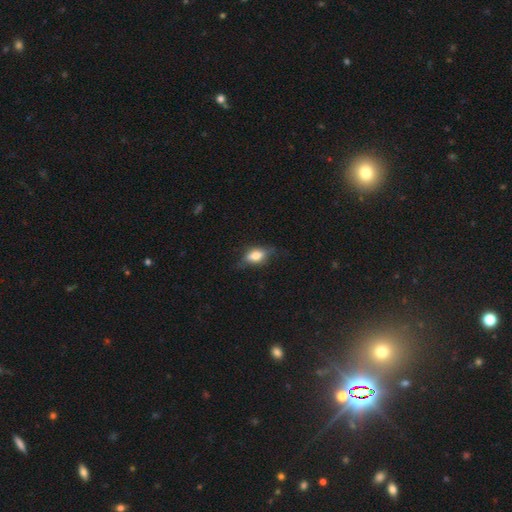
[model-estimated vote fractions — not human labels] A smooth galaxy with no disk features (62%) that is in between round and cigar-shaped (79%).

Vote fractions:
- Smooth or featured? smooth: 62% / featured or disk: 29% / star or artifact: 9%
- How rounded? in between: 79% / cigar-shaped: 11% / round: 9%
- Merging? none: 64% / minor disturbance: 25% / major disturbance: 9% / merger: 1%